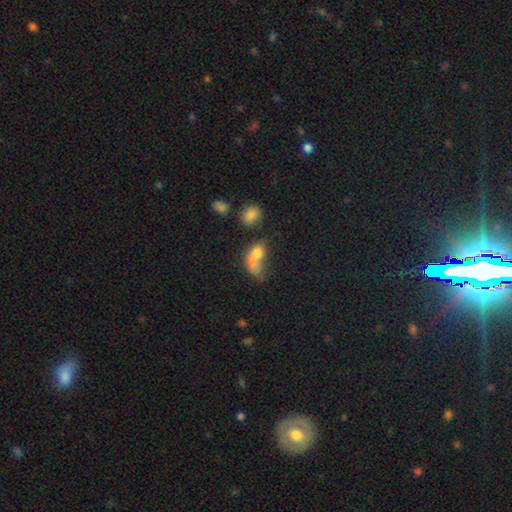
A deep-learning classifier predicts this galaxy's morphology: Smooth or featured?
  - smooth: 69% *
  - featured or disk: 19%
  - star or artifact: 12%
How rounded?
  - in between: 70% *
  - round: 25%
  - cigar-shaped: 4%
Merging?
  - merger: 52% *
  - major disturbance: 19%
  - none: 18%
  - minor disturbance: 11%